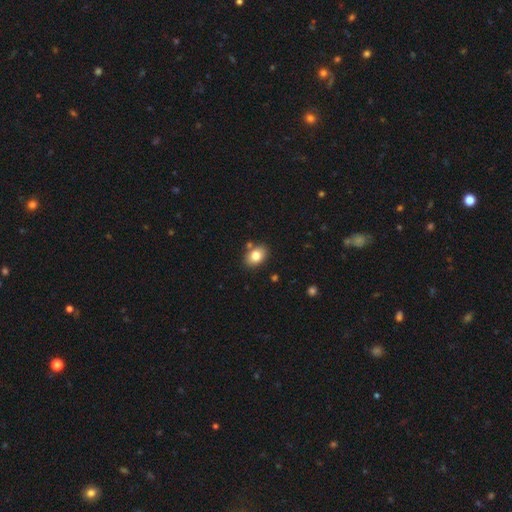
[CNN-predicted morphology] Smooth or featured?
  - smooth: 81% *
  - featured or disk: 10%
  - star or artifact: 9%
How rounded?
  - in between: 75% *
  - round: 24%
  - cigar-shaped: 1%
Merging?
  - none: 81% *
  - minor disturbance: 10%
  - merger: 6%
  - major disturbance: 2%